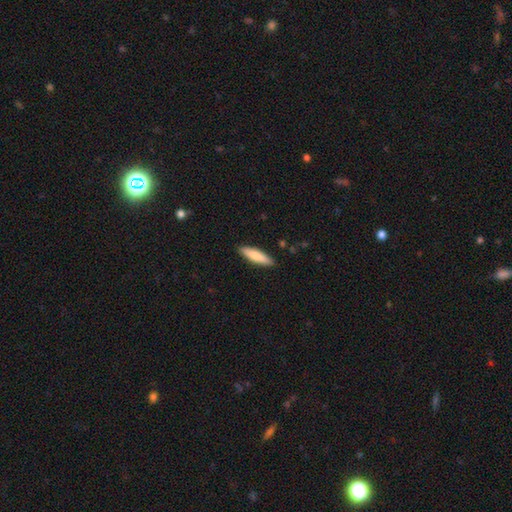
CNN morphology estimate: smooth-or-featured: smooth: 80% | featured or disk: 15% | star or artifact: 5%
  how-rounded: cigar-shaped: 73% | in between: 26% | round: 1%
  merging: none: 90% | minor disturbance: 7% | major disturbance: 1% | merger: 1%